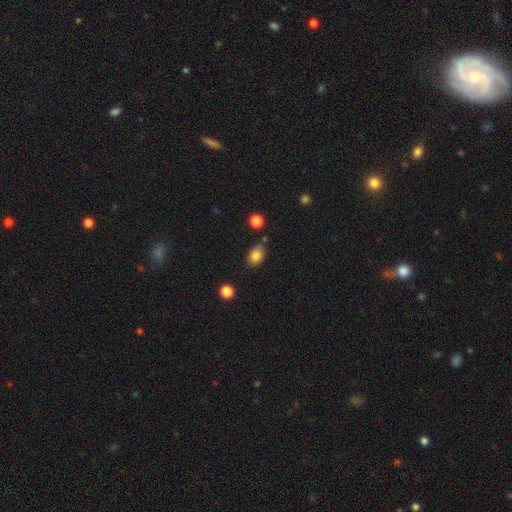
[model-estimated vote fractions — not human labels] smooth_or_featured: smooth (p=0.83) [alt: star or artifact p=0.10]
how_rounded: in between (p=0.77) [alt: round p=0.21]
merging: none (p=0.71) [alt: minor disturbance p=0.19]